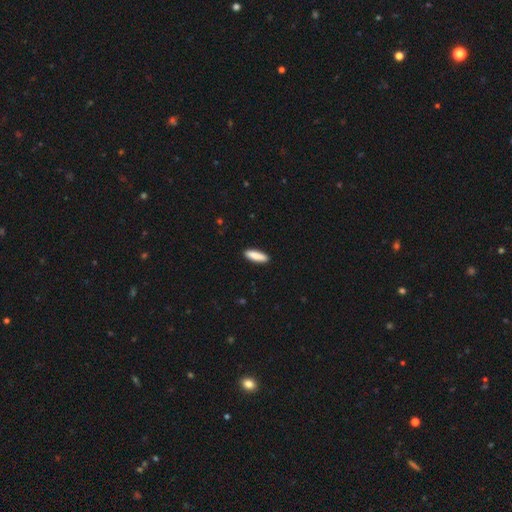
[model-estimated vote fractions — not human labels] Q: Smooth or featured?
A: smooth (88%); runner-up: featured or disk (7%)
Q: How rounded?
A: cigar-shaped (59%); runner-up: in between (39%)
Q: Merging?
A: none (90%); runner-up: minor disturbance (7%)